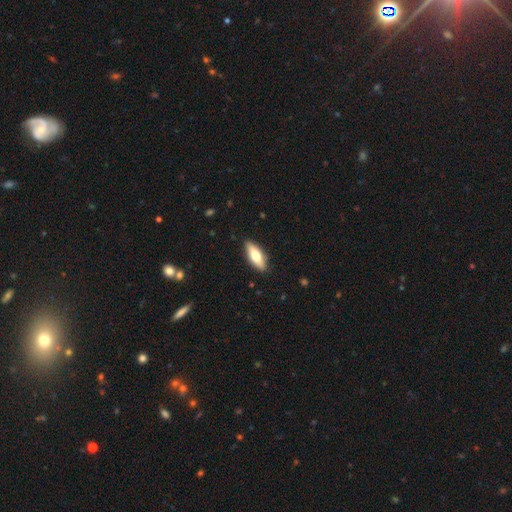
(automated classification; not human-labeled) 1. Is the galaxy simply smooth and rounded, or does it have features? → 61% smooth, 33% featured or disk, 6% star or artifact.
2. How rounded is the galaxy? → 63% in between, 35% cigar-shaped, 2% round.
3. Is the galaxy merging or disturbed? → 88% none, 9% minor disturbance, 2% major disturbance, 1% merger.